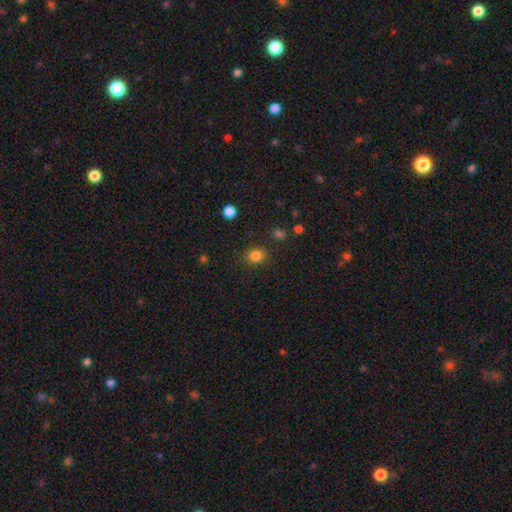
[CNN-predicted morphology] smooth-or-featured: smooth: 82% | star or artifact: 13% | featured or disk: 5%
  how-rounded: round: 67% | in between: 32% | cigar-shaped: 1%
  merging: none: 84% | minor disturbance: 10% | major disturbance: 4% | merger: 3%